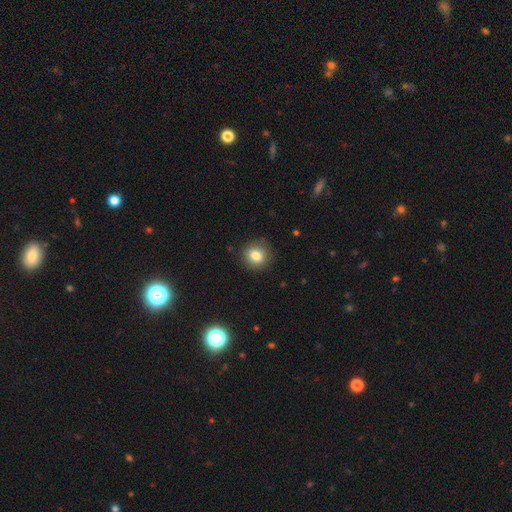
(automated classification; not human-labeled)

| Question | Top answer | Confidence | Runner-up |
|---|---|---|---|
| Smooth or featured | smooth | 81% | star or artifact (10%) |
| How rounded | round | 86% | in between (13%) |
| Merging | none | 88% | minor disturbance (9%) |